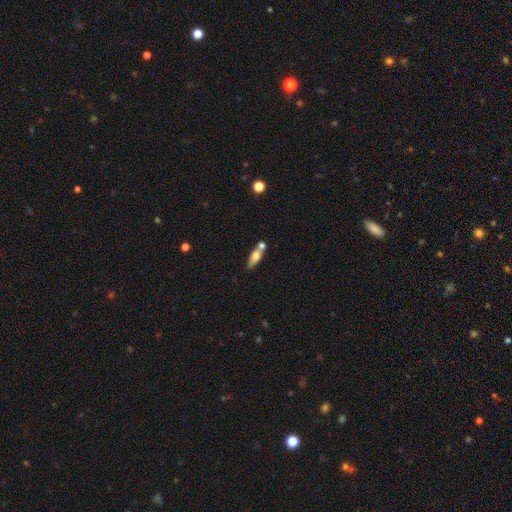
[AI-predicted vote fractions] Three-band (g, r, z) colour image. It shows a smooth galaxy with no disk features (63%) that is in between round and cigar-shaped (58%). Merging: none (51%).